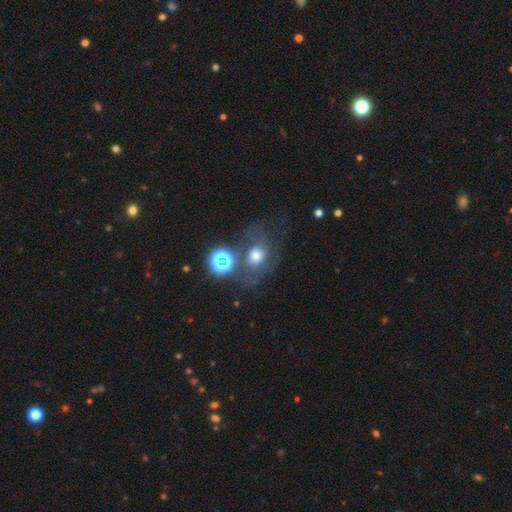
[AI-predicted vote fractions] smooth-or-featured: smooth: 51% | featured or disk: 29% | star or artifact: 20%
  how-rounded: round: 56% | in between: 43% | cigar-shaped: 1%
  merging: none: 46% | major disturbance: 21% | minor disturbance: 18% | merger: 15%